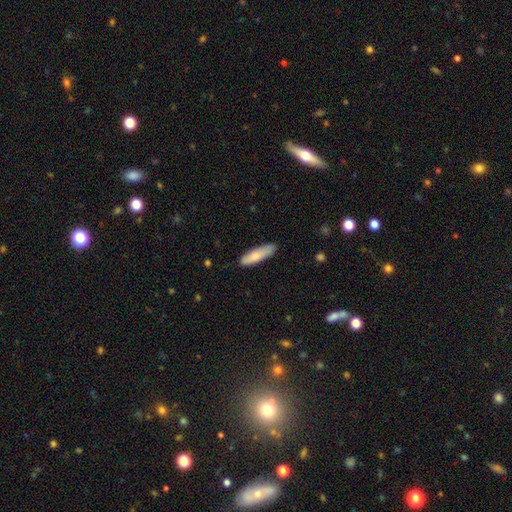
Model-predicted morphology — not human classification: Smooth or featured? smooth (82%)
How rounded? cigar-shaped (65%)
Merging? none (83%)